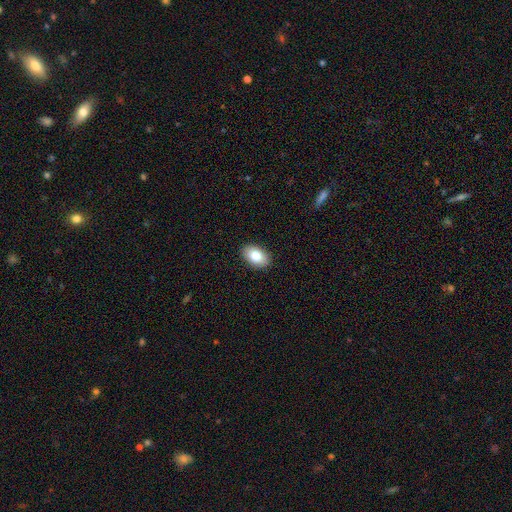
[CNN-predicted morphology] Smooth or featured: smooth — 80% (featured or disk — 12%)
How rounded: in between — 87% (round — 12%)
Merging: none — 90% (minor disturbance — 7%)